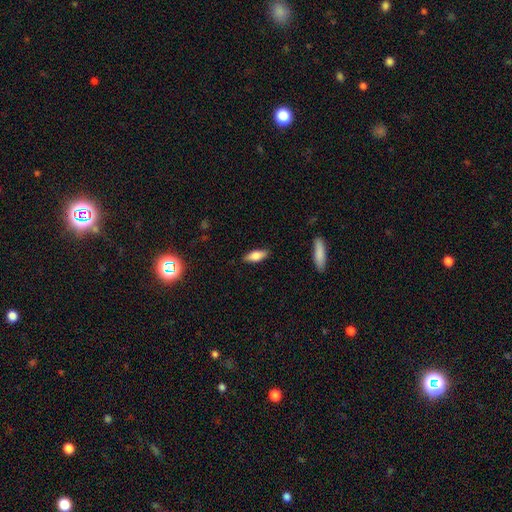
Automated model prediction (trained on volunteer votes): smooth_or_featured: smooth (p=0.76) [alt: featured or disk p=0.18]
how_rounded: in between (p=0.68) [alt: cigar-shaped p=0.30]
merging: none (p=0.86) [alt: minor disturbance p=0.10]